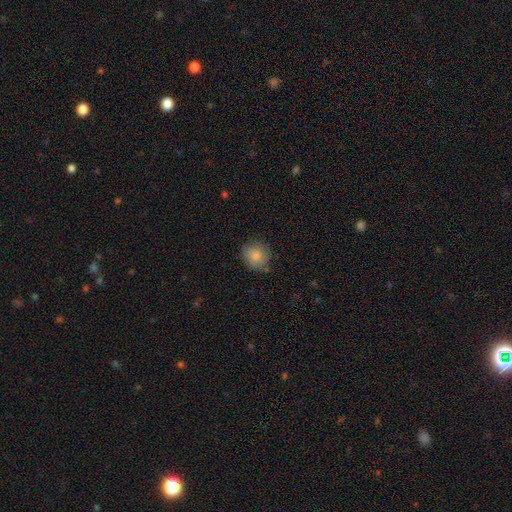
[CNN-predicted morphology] smooth_or_featured: smooth (p=0.81) [alt: featured or disk p=0.11]
how_rounded: round (p=0.83) [alt: in between p=0.16]
merging: none (p=0.73) [alt: minor disturbance p=0.21]